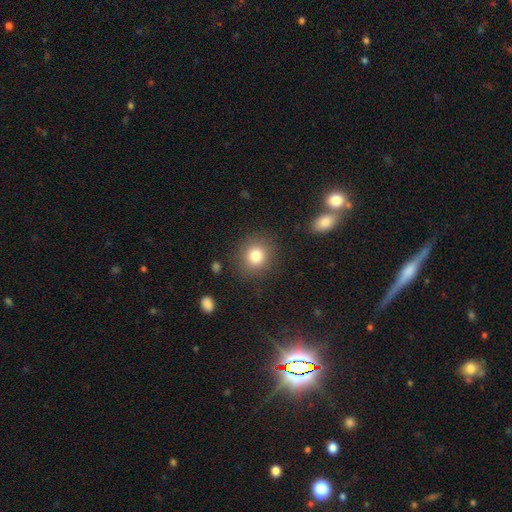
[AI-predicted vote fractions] A smooth galaxy with no disk features (81%) that is round (85%).

Vote fractions:
- Smooth or featured? smooth: 81% / star or artifact: 11% / featured or disk: 8%
- How rounded? round: 85% / in between: 14% / cigar-shaped: 1%
- Merging? none: 87% / minor disturbance: 8% / major disturbance: 4% / merger: 2%